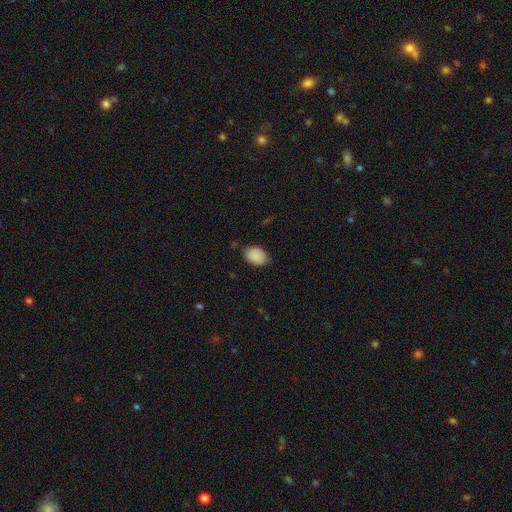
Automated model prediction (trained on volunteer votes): smooth 89%, star or artifact 7%, featured or disk 4%. Down the decision tree: how rounded — in between (82%); merging — none (77%).